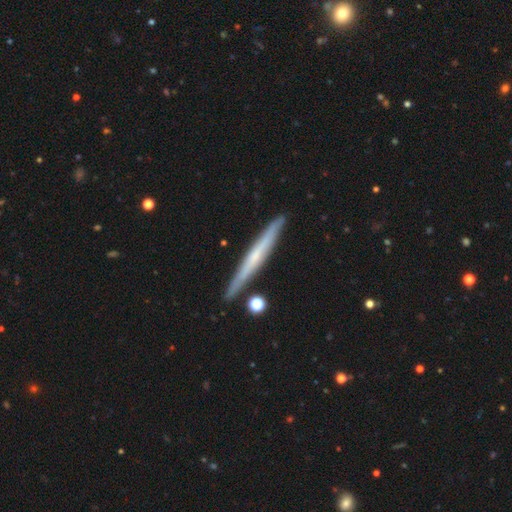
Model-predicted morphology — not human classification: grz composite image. It shows a featured or disk galaxy (61%) viewed edge-on (96%) with no central bulge (59%). Merging: none (88%).